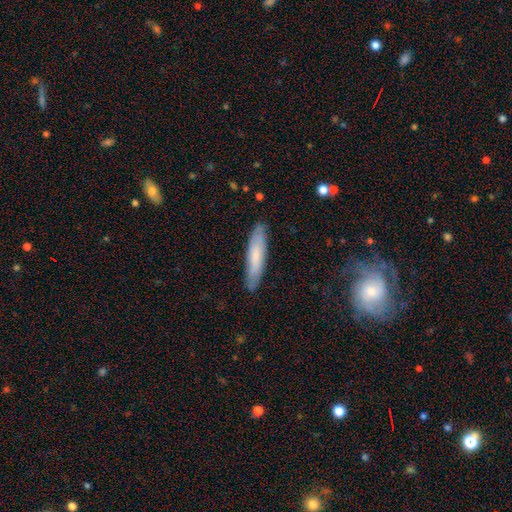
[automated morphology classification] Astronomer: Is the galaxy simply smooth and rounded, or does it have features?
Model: smooth — 71%.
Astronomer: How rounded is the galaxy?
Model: cigar-shaped — 83%.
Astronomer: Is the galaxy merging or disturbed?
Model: none — 84%.